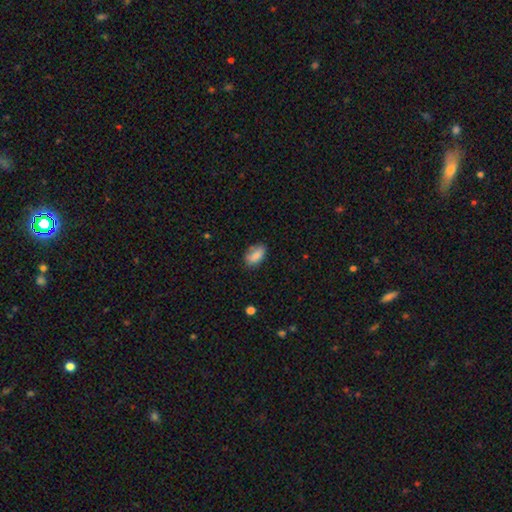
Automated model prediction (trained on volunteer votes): Overall: smooth (83%). How rounded: in between (90%). Merging: none (66%).